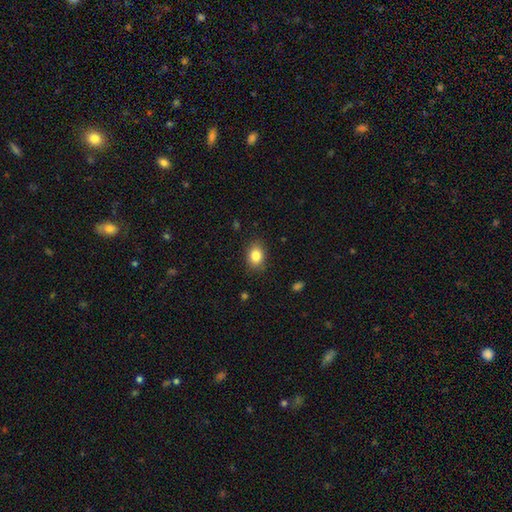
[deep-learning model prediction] This is clearly a smooth galaxy (84%). How rounded: likely in between (66%). Merging: clearly none (85%).